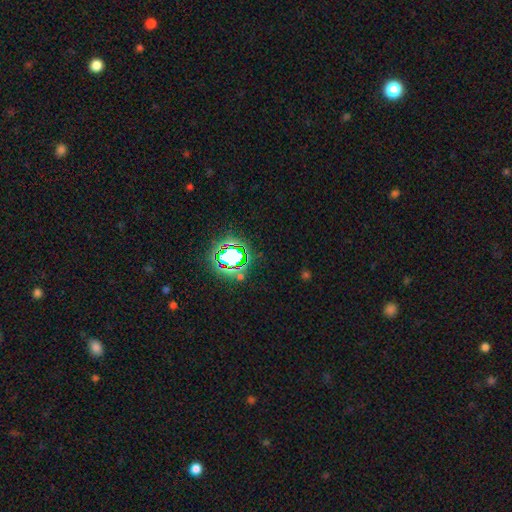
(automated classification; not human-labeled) Overall: star or artifact (78%).